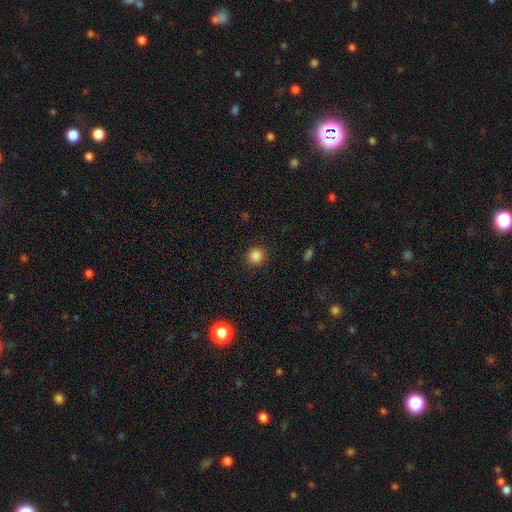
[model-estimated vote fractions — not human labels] smooth-or-featured: smooth: 85% | star or artifact: 11% | featured or disk: 4%
  how-rounded: round: 93% | in between: 6% | cigar-shaped: 1%
  merging: none: 90% | minor disturbance: 6% | major disturbance: 2% | merger: 1%